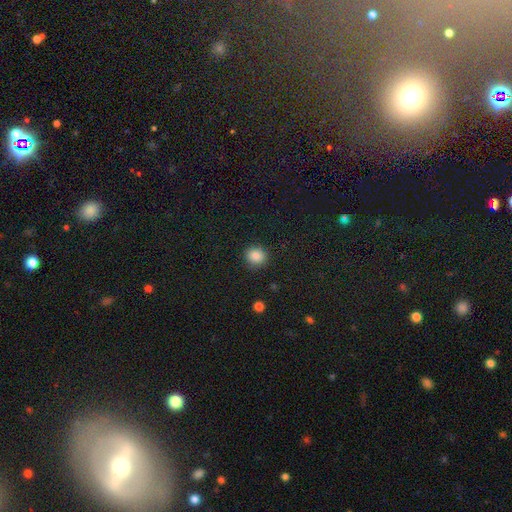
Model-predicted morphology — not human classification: smooth_or_featured: smooth (p=0.87) [alt: star or artifact p=0.10]
how_rounded: round (p=0.86) [alt: in between p=0.13]
merging: none (p=0.89) [alt: minor disturbance p=0.07]